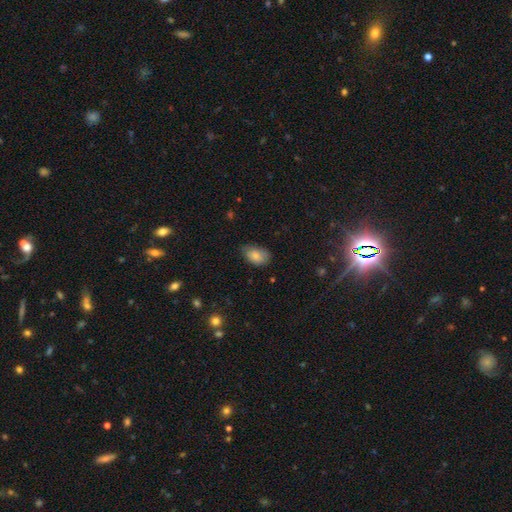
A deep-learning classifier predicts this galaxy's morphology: Overall: smooth (81%). How rounded: in between (90%). Merging: none (62%; minor disturbance 31%).